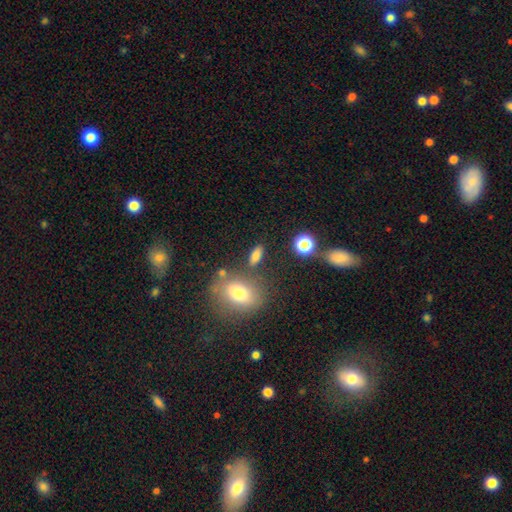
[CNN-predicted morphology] A smooth galaxy with no disk features (78%) that is in between round and cigar-shaped (72%).

Vote fractions:
- Smooth or featured? smooth: 78% / star or artifact: 12% / featured or disk: 10%
- How rounded? in between: 72% / cigar-shaped: 18% / round: 10%
- Merging? none: 77% / minor disturbance: 11% / merger: 7% / major disturbance: 4%